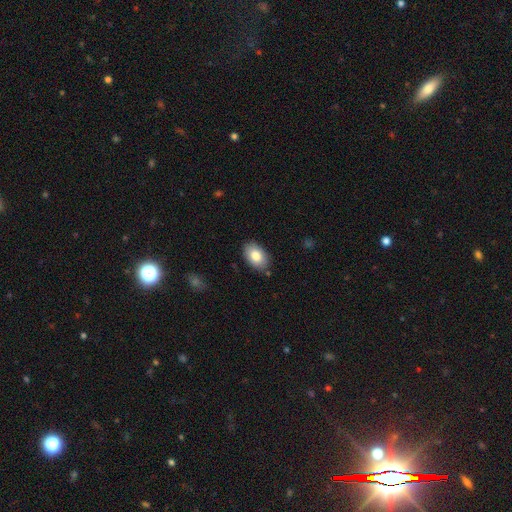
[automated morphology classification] Overall: smooth (83%). How rounded: in between (90%). Merging: none (85%).